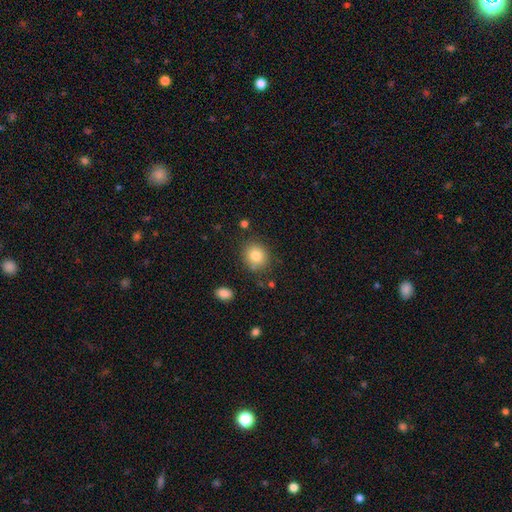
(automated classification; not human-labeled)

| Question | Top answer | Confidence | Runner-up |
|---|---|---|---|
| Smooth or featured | smooth | 82% | star or artifact (10%) |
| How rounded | round | 81% | in between (18%) |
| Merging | none | 82% | minor disturbance (11%) |